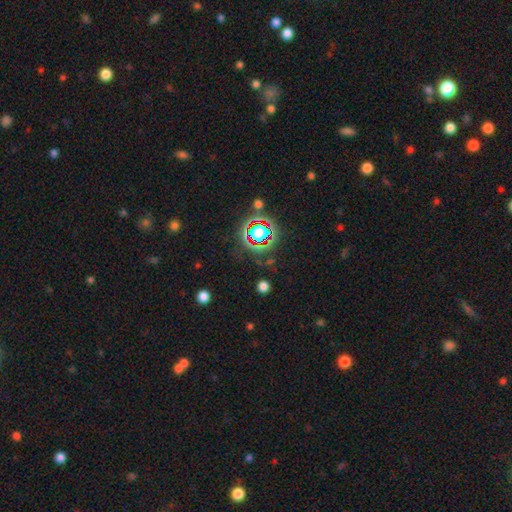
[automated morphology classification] This is likely a star or artifact rather than a galaxy (77%).